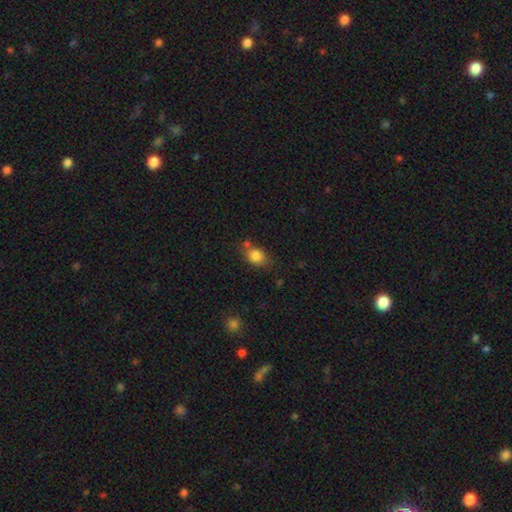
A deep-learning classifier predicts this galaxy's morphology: Smooth or featured: smooth — 83% (star or artifact — 9%)
How rounded: in between — 67% (round — 31%)
Merging: none — 62% (minor disturbance — 20%)